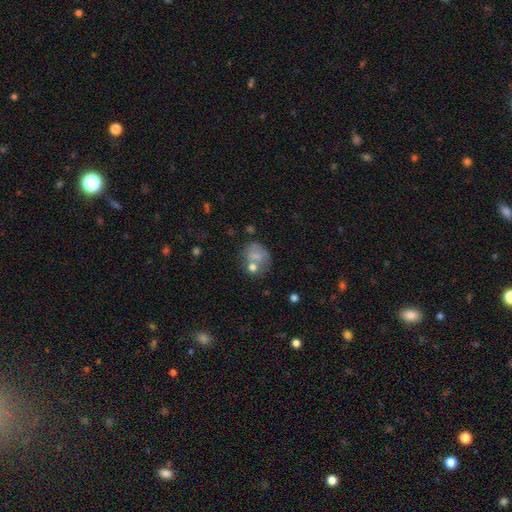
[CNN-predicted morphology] smooth 70%, featured or disk 19%, star or artifact 11%. Down the decision tree: how rounded — round (64%); merging — none (46%).